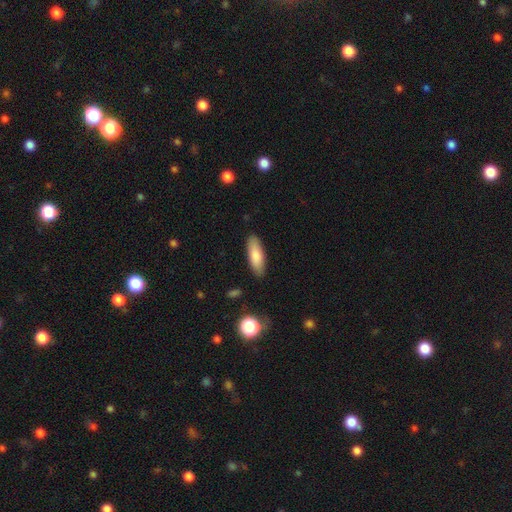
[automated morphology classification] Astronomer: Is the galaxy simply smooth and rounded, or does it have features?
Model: smooth — 81%.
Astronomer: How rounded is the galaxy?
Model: in between — 60% (runner-up: cigar-shaped, 38%).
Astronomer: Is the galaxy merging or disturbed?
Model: none — 86%.